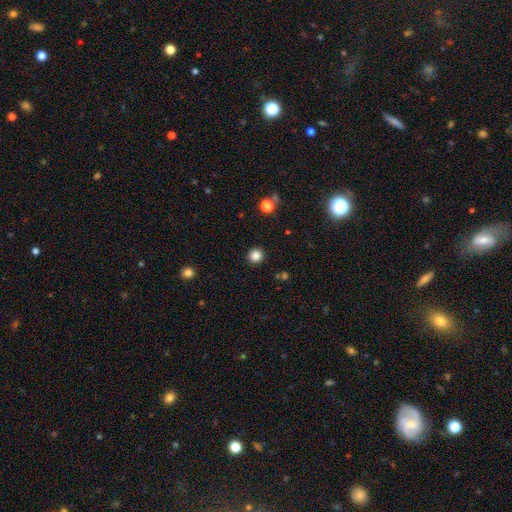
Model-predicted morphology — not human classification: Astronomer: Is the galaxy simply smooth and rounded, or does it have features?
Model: smooth — 85%.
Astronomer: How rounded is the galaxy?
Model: round — 95%.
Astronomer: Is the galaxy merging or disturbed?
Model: none — 92%.